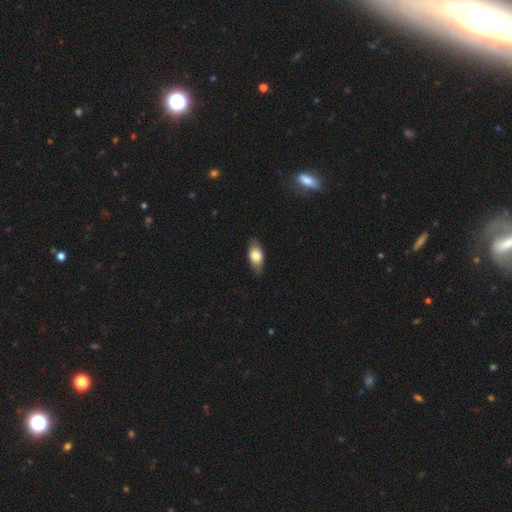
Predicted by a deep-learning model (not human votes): smooth 75%, featured or disk 19%, star or artifact 6%. Down the decision tree: how rounded — in between (89%); merging — none (83%).